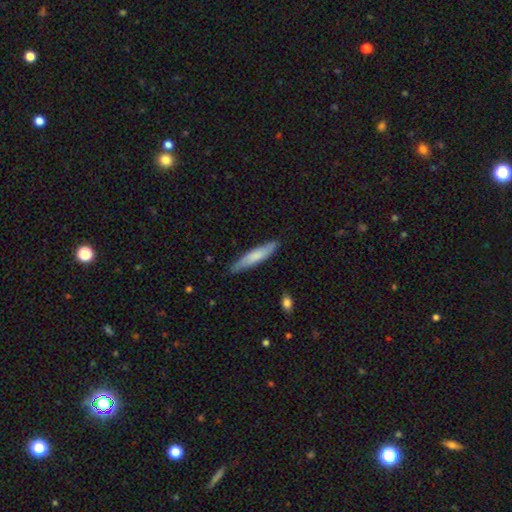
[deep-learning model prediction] smooth_or_featured: smooth (p=0.68) [alt: featured or disk p=0.27]
how_rounded: cigar-shaped (p=0.88) [alt: in between p=0.11]
merging: none (p=0.83) [alt: minor disturbance p=0.14]